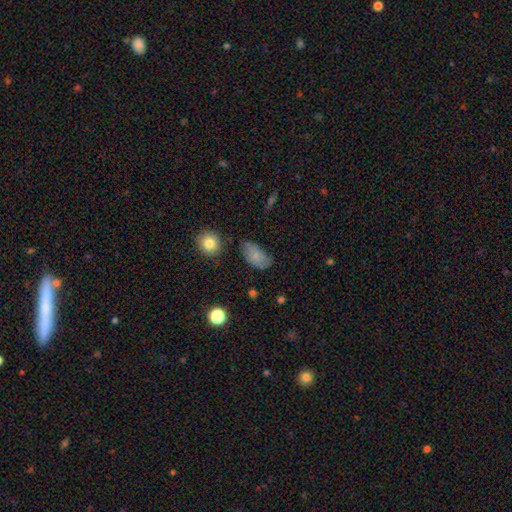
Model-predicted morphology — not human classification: Smooth or featured?
  - smooth: 76% *
  - featured or disk: 15%
  - star or artifact: 9%
How rounded?
  - in between: 92% *
  - round: 6%
  - cigar-shaped: 2%
Merging?
  - none: 58% *
  - minor disturbance: 30%
  - major disturbance: 9%
  - merger: 4%